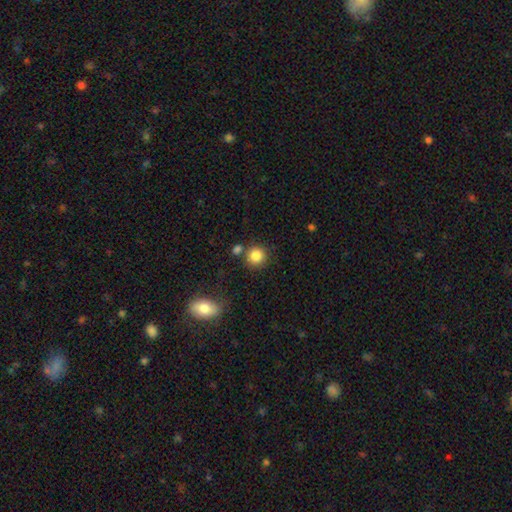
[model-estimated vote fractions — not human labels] Morphology: type=smooth (85%); roundness=round (89%); merging=none (76%).